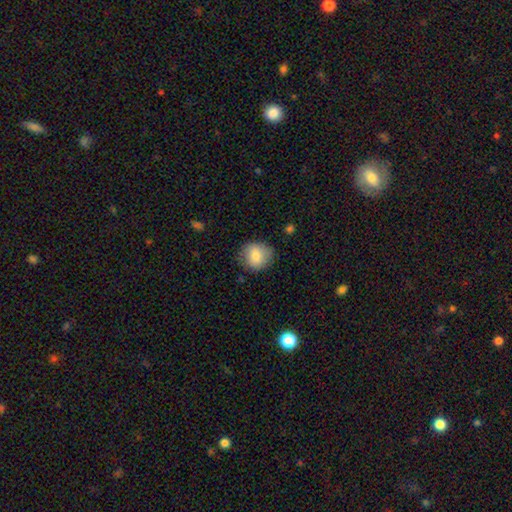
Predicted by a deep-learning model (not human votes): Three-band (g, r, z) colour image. It shows a smooth galaxy with no disk features (81%) that is round (82%). Merging: none (79%).